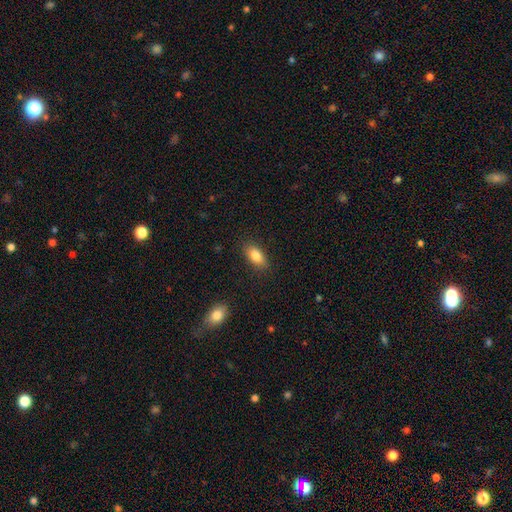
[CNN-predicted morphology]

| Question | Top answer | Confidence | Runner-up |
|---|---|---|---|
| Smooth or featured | smooth | 83% | featured or disk (10%) |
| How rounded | in between | 88% | cigar-shaped (7%) |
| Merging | none | 86% | minor disturbance (11%) |